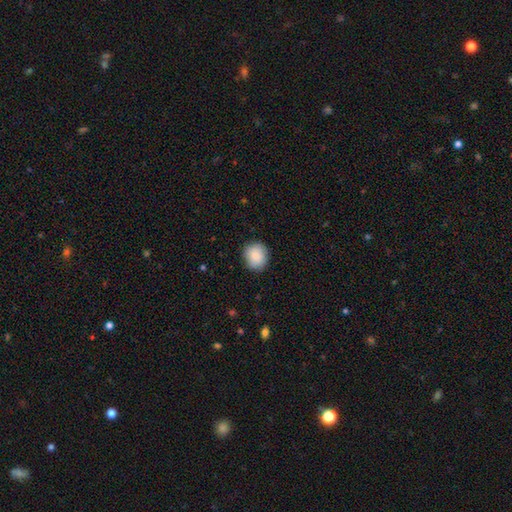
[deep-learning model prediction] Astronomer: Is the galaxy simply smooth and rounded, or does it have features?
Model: smooth — 87%.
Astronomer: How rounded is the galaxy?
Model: round — 79%.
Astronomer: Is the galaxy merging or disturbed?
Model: none — 86%.